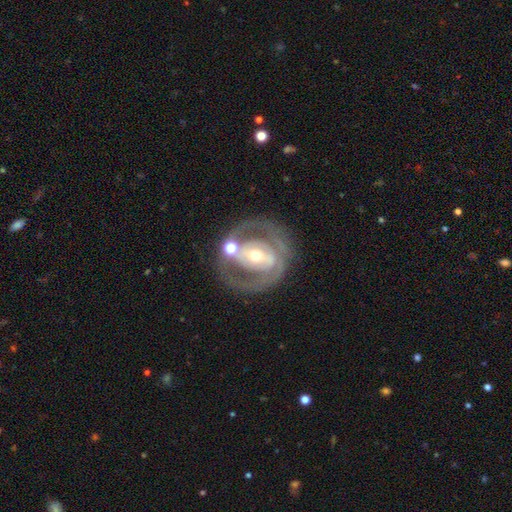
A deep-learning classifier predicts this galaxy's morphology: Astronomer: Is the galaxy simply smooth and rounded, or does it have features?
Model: featured or disk — 79%.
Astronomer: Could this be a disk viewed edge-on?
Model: no — 96%.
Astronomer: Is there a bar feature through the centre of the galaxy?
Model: strong — 37% (runner-up: weak, 32%).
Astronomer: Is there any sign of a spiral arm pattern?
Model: yes — 65%.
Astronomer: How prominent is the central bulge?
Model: moderate — 54% (runner-up: small, 40%).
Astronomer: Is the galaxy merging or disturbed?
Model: none — 64%.